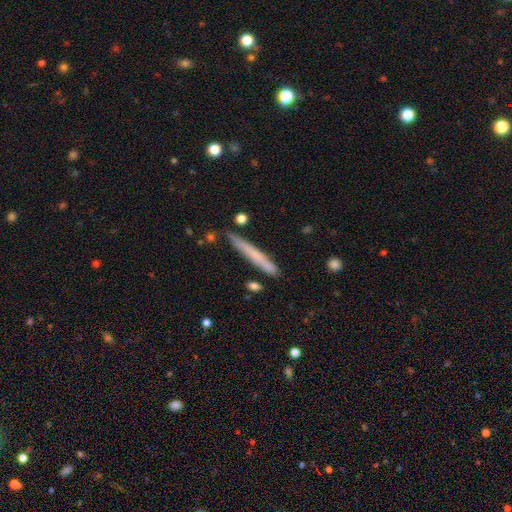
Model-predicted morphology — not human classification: Q: Smooth or featured?
A: smooth (64%); runner-up: featured or disk (29%)
Q: How rounded?
A: cigar-shaped (96%); runner-up: in between (3%)
Q: Merging?
A: none (82%); runner-up: minor disturbance (13%)